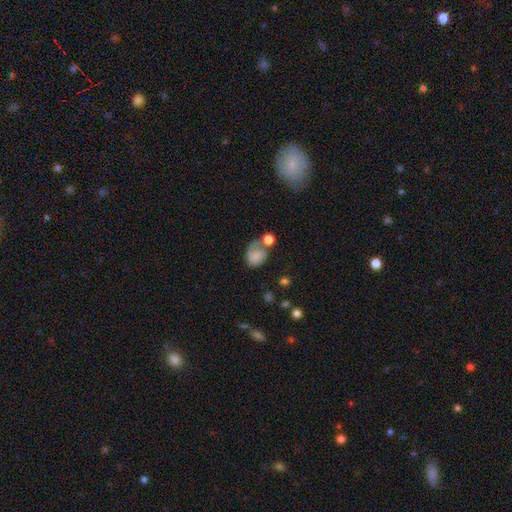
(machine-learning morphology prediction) Smooth or featured? smooth (68%)
How rounded? in between (63%)
Merging? none (30%, tied with merger)